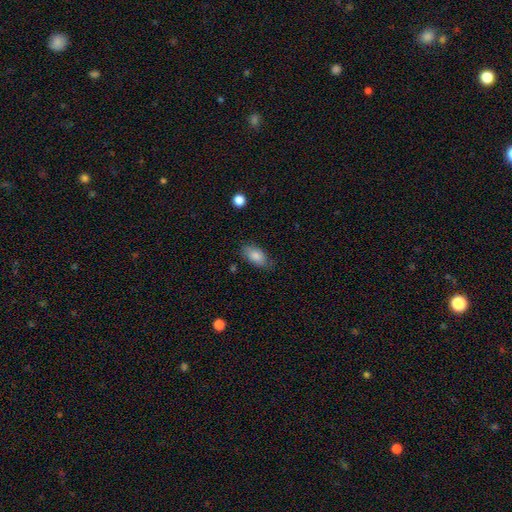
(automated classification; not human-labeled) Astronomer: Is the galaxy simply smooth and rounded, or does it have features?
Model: smooth — 84%.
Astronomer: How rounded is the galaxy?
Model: in between — 91%.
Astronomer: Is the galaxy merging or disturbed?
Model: none — 76%.